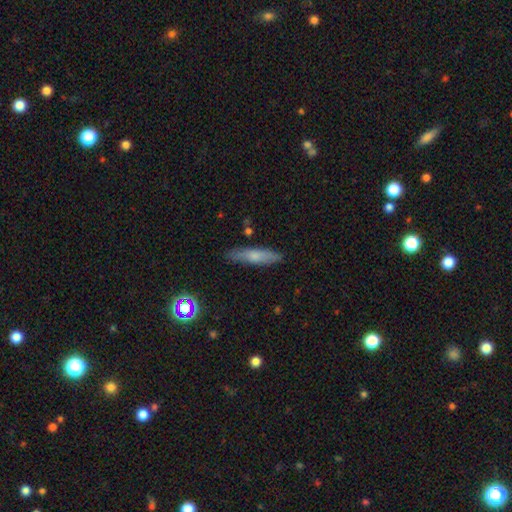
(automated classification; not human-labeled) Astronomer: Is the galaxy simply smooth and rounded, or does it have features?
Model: smooth — 65%.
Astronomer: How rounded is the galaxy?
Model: cigar-shaped — 79%.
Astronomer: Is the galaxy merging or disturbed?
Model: none — 83%.